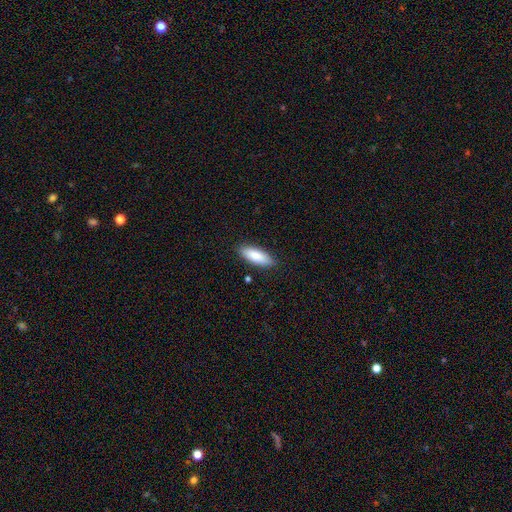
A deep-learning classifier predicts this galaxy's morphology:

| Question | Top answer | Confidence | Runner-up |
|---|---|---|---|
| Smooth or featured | smooth | 86% | featured or disk (9%) |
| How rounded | in between | 68% | cigar-shaped (30%) |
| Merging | none | 87% | minor disturbance (10%) |